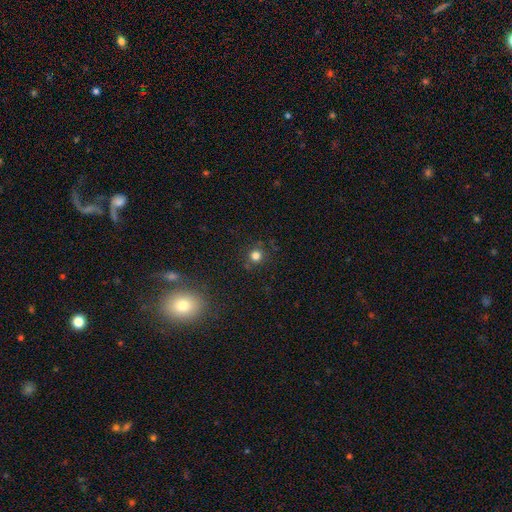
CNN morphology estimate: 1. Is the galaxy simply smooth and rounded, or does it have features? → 78% smooth, 16% star or artifact, 6% featured or disk.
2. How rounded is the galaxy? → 93% round, 6% in between, 1% cigar-shaped.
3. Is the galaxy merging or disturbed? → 84% none, 9% minor disturbance, 3% major disturbance, 3% merger.